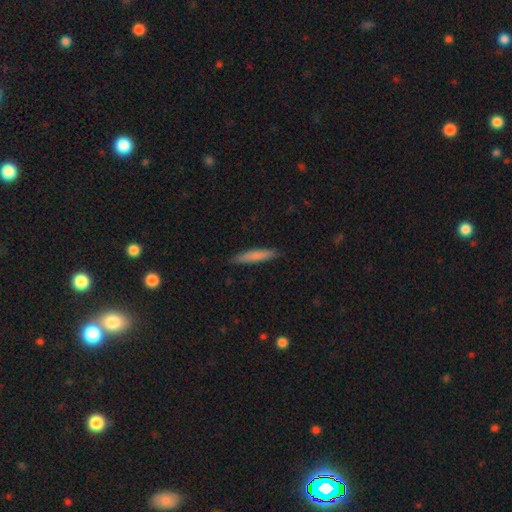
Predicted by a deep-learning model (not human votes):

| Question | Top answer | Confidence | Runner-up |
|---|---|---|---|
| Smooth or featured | smooth | 76% | featured or disk (18%) |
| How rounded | cigar-shaped | 92% | in between (7%) |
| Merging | none | 89% | minor disturbance (9%) |